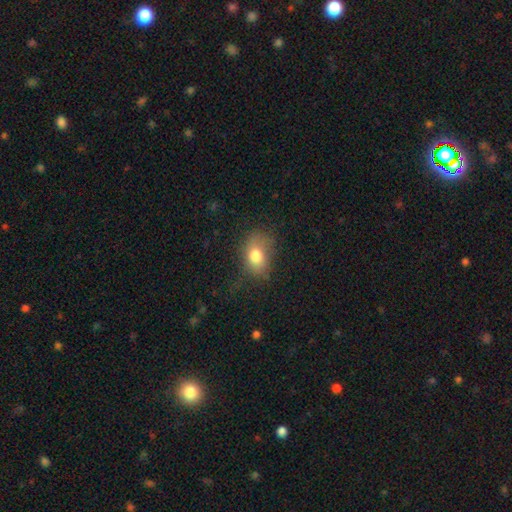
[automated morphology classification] This appears to be a smooth galaxy with no disk features (76%) that is in between round and cigar-shaped (74%). Merging: none (53%).